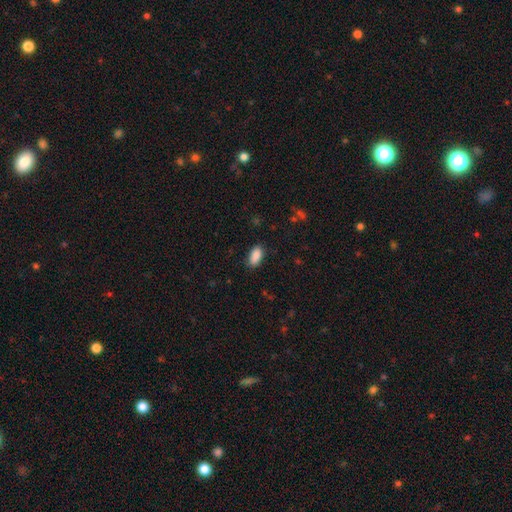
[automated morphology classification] smooth_or_featured: smooth (p=0.89) [alt: star or artifact p=0.08]
how_rounded: in between (p=0.91) [alt: cigar-shaped p=0.06]
merging: none (p=0.84) [alt: minor disturbance p=0.12]